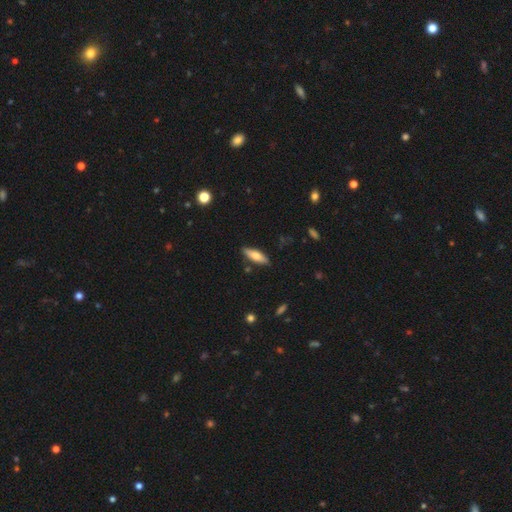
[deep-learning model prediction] This appears to be a smooth galaxy with no disk features (68%) that is cigar-shaped (50%). Merging: none (86%).